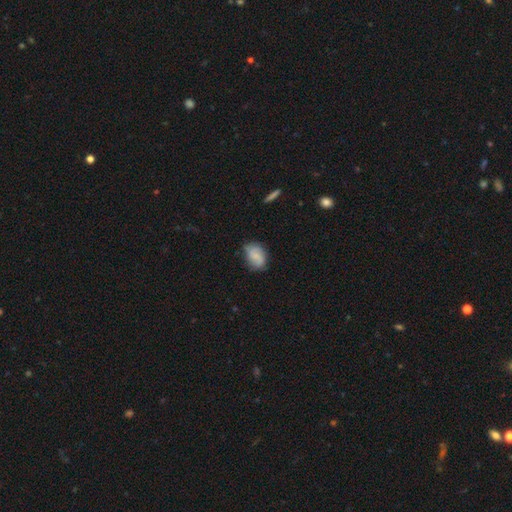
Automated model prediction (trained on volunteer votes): A smooth galaxy with no disk features (62%) that is in between round and cigar-shaped (77%).

Vote fractions:
- Smooth or featured? smooth: 62% / featured or disk: 30% / star or artifact: 8%
- How rounded? in between: 77% / round: 22% / cigar-shaped: 2%
- Merging? none: 63% / minor disturbance: 28% / major disturbance: 7% / merger: 2%